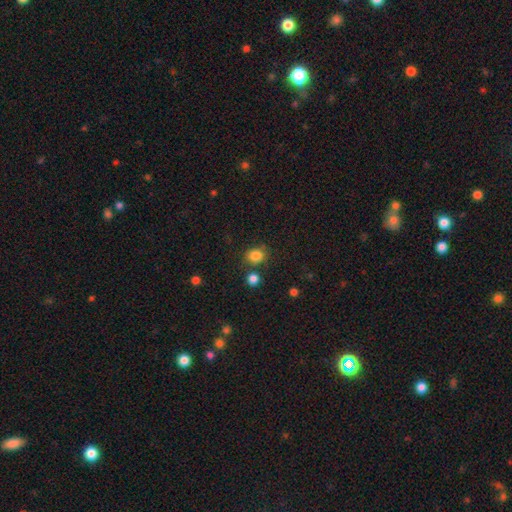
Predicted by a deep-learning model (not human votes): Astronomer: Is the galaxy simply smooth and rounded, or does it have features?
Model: smooth — 82%.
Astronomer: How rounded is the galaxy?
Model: round — 73%.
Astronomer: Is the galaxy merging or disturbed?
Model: none — 73%.